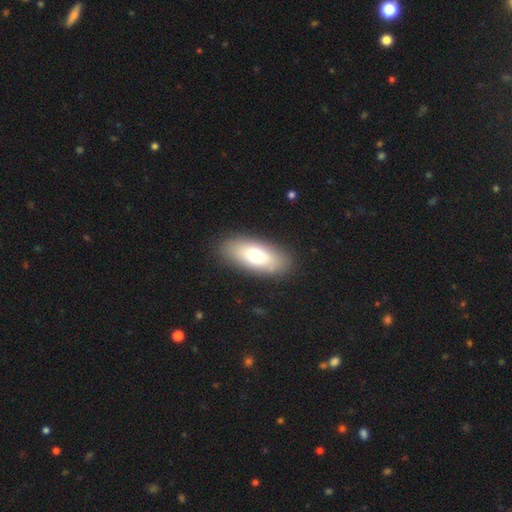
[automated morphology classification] smooth 70%, featured or disk 23%, star or artifact 7%. Down the decision tree: how rounded — in between (85%); merging — none (87%).